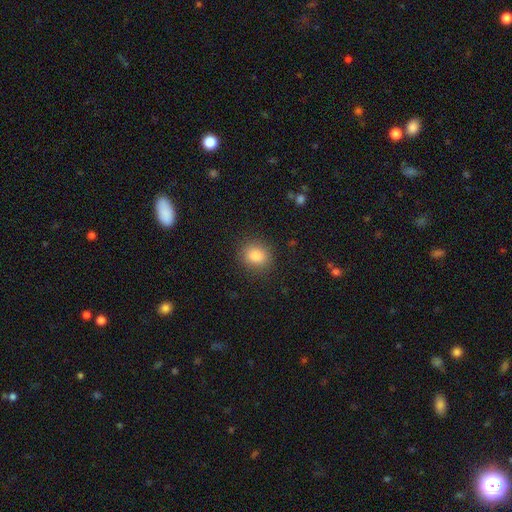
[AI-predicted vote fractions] Smooth or featured: smooth — 84% (star or artifact — 10%)
How rounded: round — 72% (in between — 27%)
Merging: none — 88% (minor disturbance — 8%)